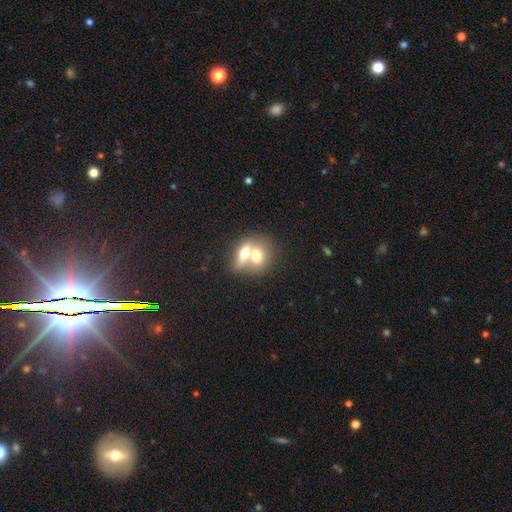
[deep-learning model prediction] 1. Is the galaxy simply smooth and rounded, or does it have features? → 64% smooth, 28% featured or disk, 8% star or artifact.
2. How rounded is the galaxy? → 49% in between, 48% round, 3% cigar-shaped.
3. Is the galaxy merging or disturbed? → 71% merger, 20% none, 5% minor disturbance, 3% major disturbance.